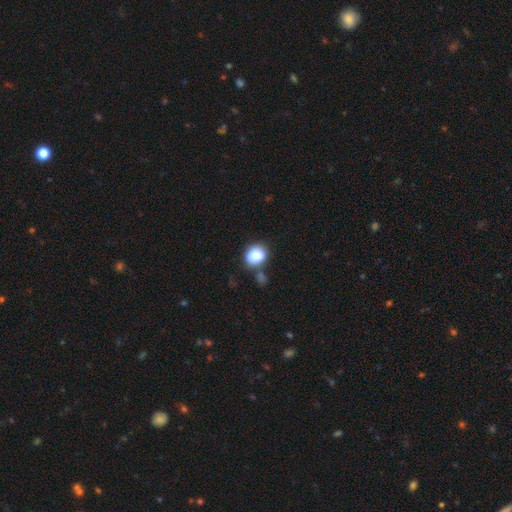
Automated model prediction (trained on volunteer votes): smooth-or-featured: smooth: 85% | star or artifact: 8% | featured or disk: 6%
  how-rounded: round: 58% | in between: 41% | cigar-shaped: 1%
  merging: none: 56% | minor disturbance: 19% | merger: 18% | major disturbance: 7%